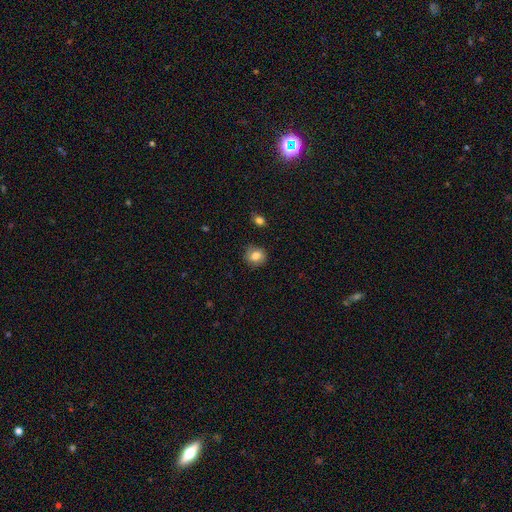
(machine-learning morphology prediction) type=smooth (81%); roundness=round (77%); merging=none (82%).